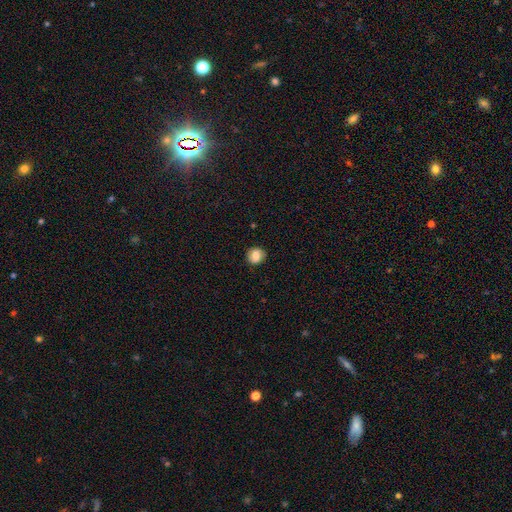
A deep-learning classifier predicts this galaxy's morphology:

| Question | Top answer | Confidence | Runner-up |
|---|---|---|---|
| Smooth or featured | smooth | 75% | featured or disk (16%) |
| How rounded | round | 84% | in between (15%) |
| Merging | none | 86% | minor disturbance (10%) |